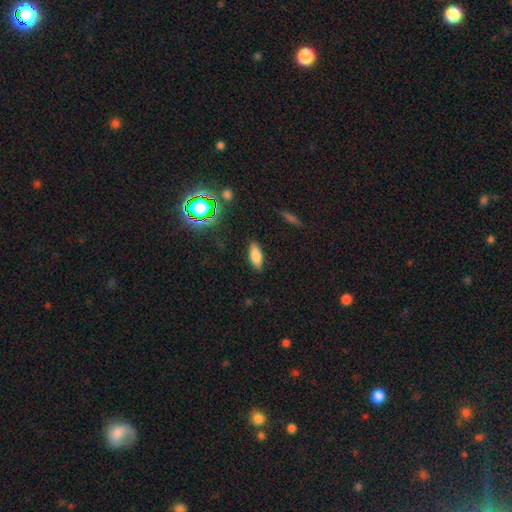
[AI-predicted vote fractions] Smooth or featured?
  - smooth: 75% *
  - featured or disk: 13%
  - star or artifact: 11%
How rounded?
  - in between: 80% *
  - cigar-shaped: 17%
  - round: 3%
Merging?
  - none: 87% *
  - minor disturbance: 10%
  - major disturbance: 2%
  - merger: 1%